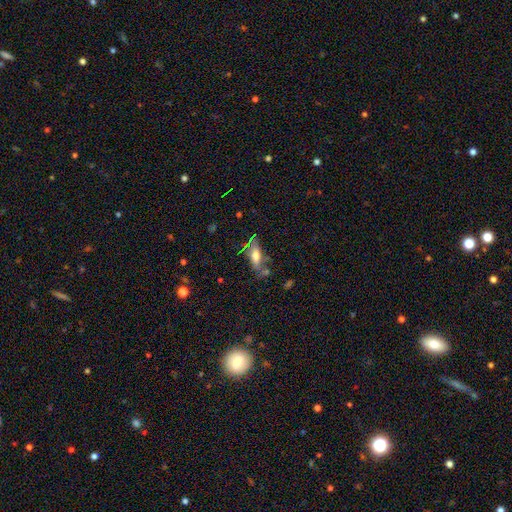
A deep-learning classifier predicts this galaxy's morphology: The model was most divided on "smooth or featured": smooth: 52%, featured or disk: 39%, star or artifact: 9%. More confident: how rounded — in between (62%); merging — none (58%).